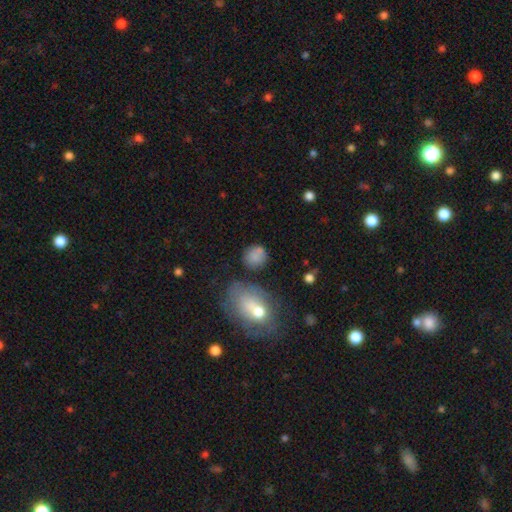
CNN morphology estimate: The model was most divided on "merging": none: 67%, minor disturbance: 18%, merger: 8%, major disturbance: 7%. More confident: how rounded — round (81%); smooth or featured — smooth (77%).